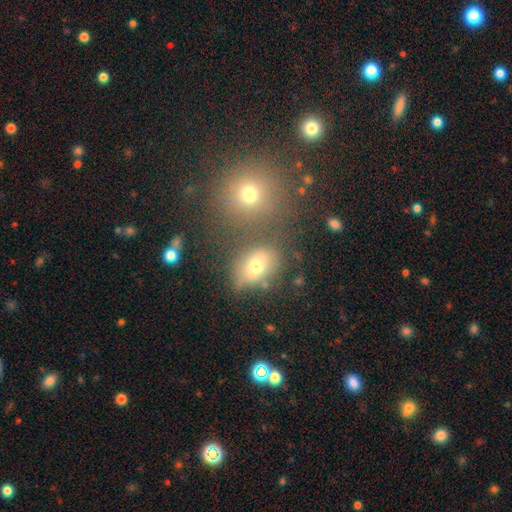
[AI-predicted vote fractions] smooth 50%, star or artifact 37%, featured or disk 13%. Down the decision tree: how rounded — round (76%); merging — none (64%).